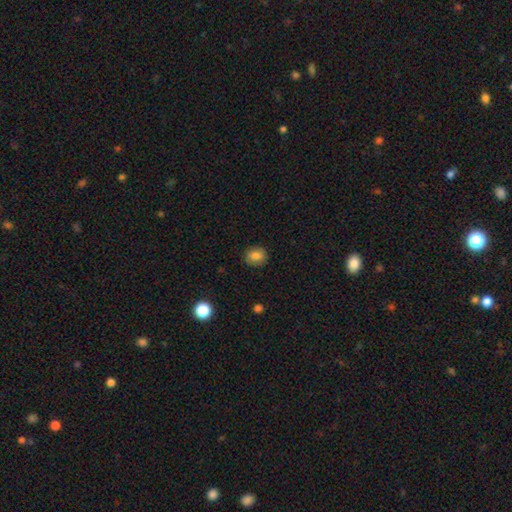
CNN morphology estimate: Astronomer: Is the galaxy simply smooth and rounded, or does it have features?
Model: smooth — 82%.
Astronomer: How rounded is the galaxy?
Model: round — 69%.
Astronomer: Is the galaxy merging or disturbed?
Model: none — 88%.